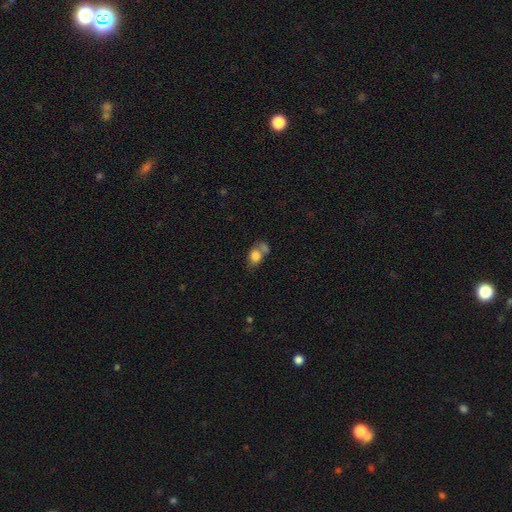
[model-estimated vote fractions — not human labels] Morphology: type=smooth (79%); roundness=in between (68%); merging=merger (46%).